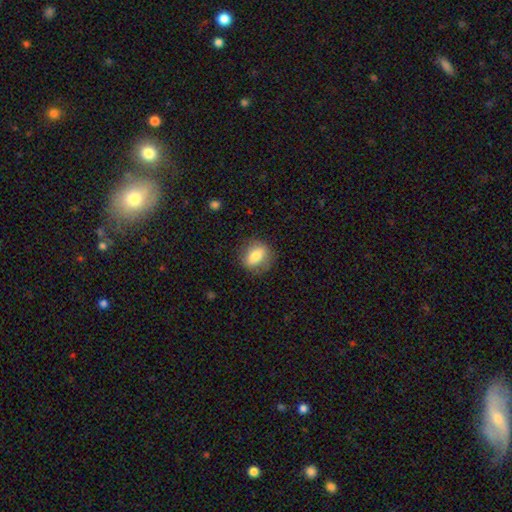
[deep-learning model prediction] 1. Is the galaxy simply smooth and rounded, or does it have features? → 72% smooth, 20% featured or disk, 8% star or artifact.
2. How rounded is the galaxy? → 55% in between, 42% round, 3% cigar-shaped.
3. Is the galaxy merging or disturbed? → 80% none, 14% minor disturbance, 5% major disturbance, 1% merger.